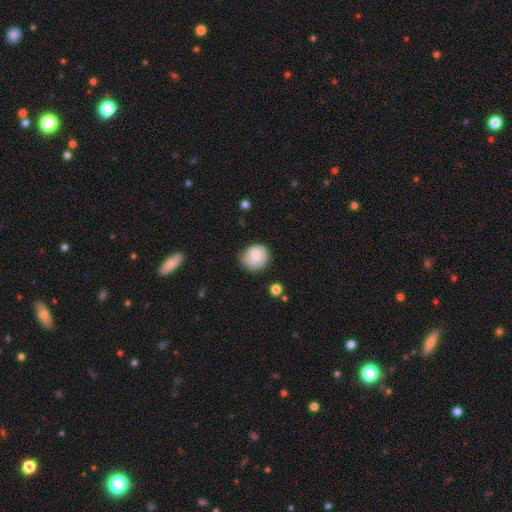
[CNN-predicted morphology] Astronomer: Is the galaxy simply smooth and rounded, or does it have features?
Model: smooth — 61%.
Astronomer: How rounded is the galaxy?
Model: round — 73%.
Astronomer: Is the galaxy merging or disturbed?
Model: none — 73%.